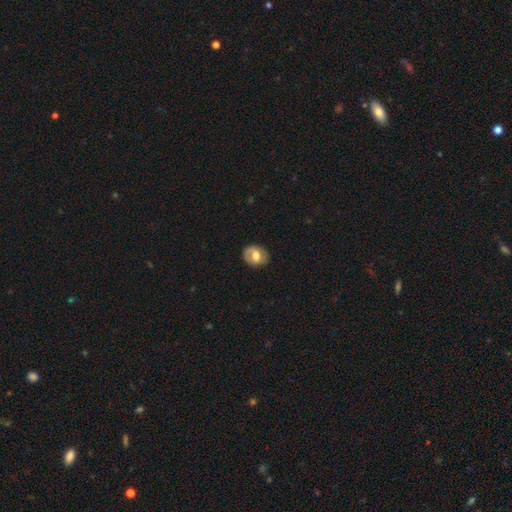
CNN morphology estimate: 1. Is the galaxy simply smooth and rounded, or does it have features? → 49% featured or disk, 44% smooth, 7% star or artifact.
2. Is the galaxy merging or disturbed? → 79% none, 15% minor disturbance, 5% major disturbance, 1% merger.